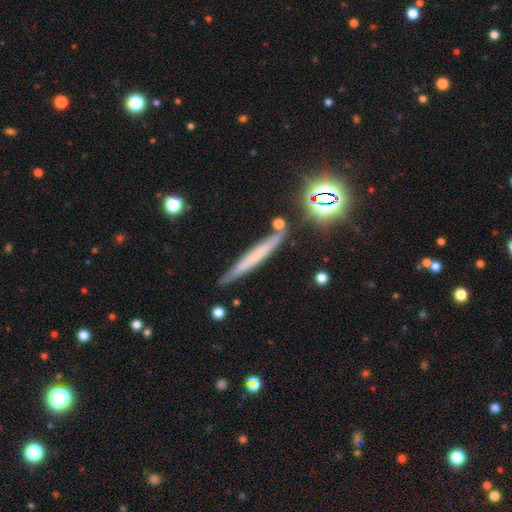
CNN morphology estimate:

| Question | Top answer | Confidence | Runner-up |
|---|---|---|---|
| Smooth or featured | smooth | 49% | featured or disk (37%) |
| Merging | none | 82% | minor disturbance (12%) |